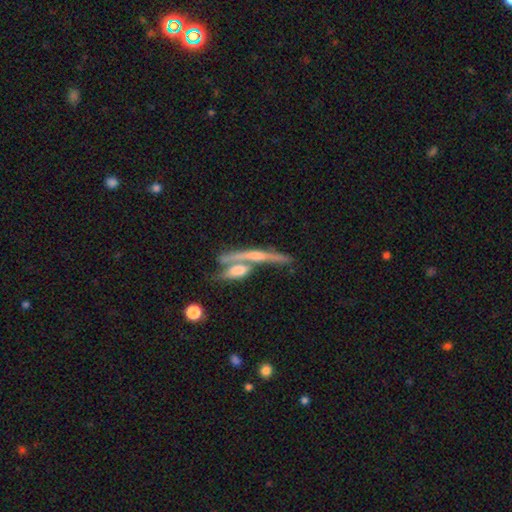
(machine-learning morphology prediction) This is likely a featured or disk galaxy (61%). It is likely viewed edge-on (80%). Merging: marginally none (42%).